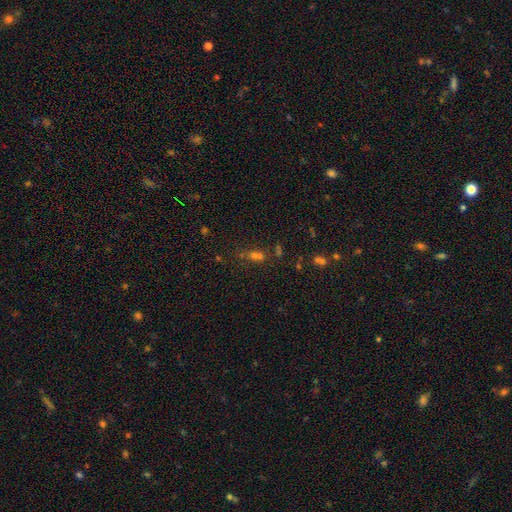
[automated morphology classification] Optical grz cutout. It shows a star or artifact, not a galaxy (44%).